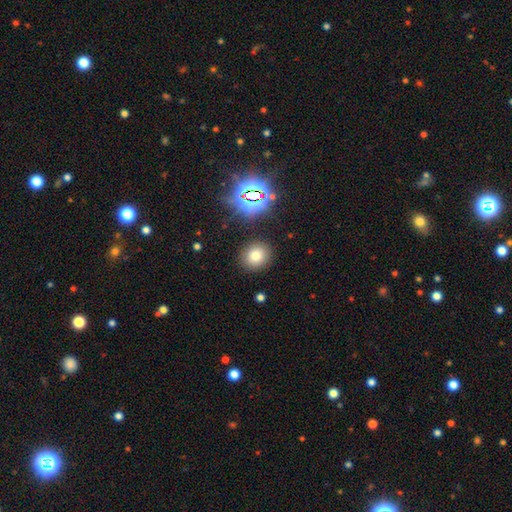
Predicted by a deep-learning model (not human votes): Smooth or featured? smooth (75%)
How rounded? round (77%)
Merging? none (88%)